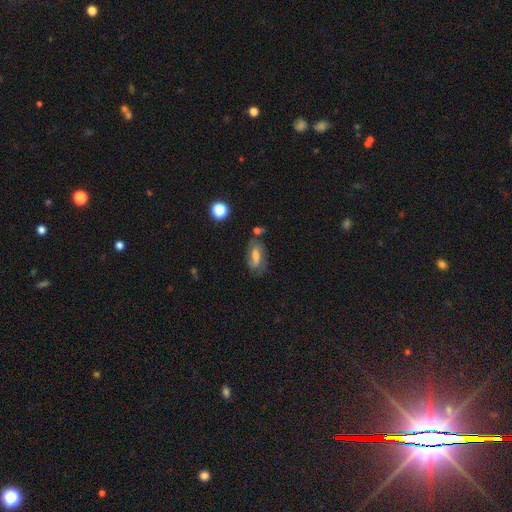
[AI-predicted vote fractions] smooth_or_featured: featured or disk (p=0.52) [alt: smooth p=0.37]
disk_edge_on: no (p=0.89) [alt: yes p=0.11]
merging: none (p=0.59) [alt: minor disturbance p=0.23]